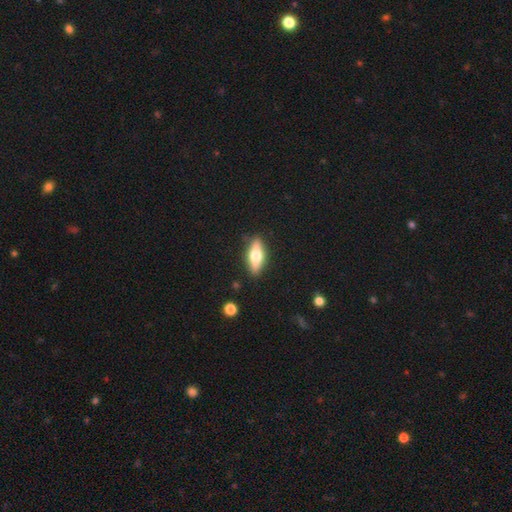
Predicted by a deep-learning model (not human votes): Smooth or featured? Predicted: smooth (p=0.48). Merging? Predicted: none (p=0.86).